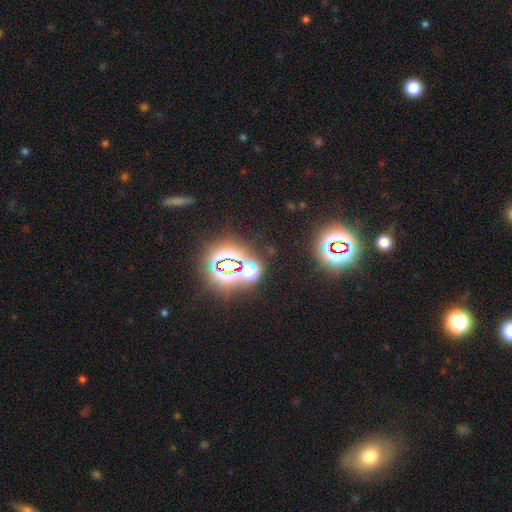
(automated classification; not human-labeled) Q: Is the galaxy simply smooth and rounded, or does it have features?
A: star or artifact — 77%.